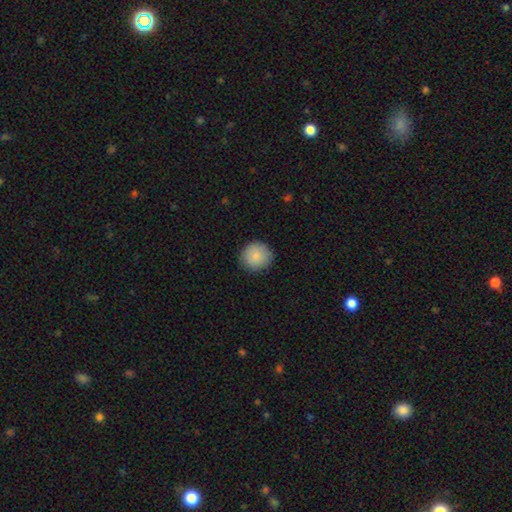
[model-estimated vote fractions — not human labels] Smooth or featured? Predicted: smooth (p=0.86). How rounded? Predicted: round (p=0.93). Merging? Predicted: none (p=0.88).